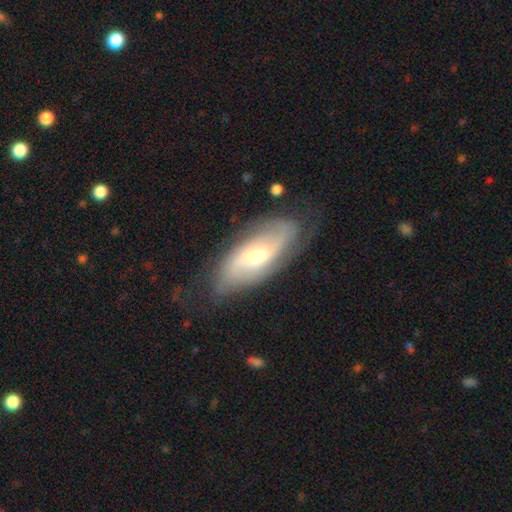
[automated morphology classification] Overall: featured or disk (74%). Edge-on disk: no (90%). Bar: weak (46%; no 38%). Spiral arms: yes (91%). Spiral arm count: 2 (69%). Spiral winding: medium (40%; loose 35%). Bulge size: moderate (56%; small 35%). Merging: none (72%).